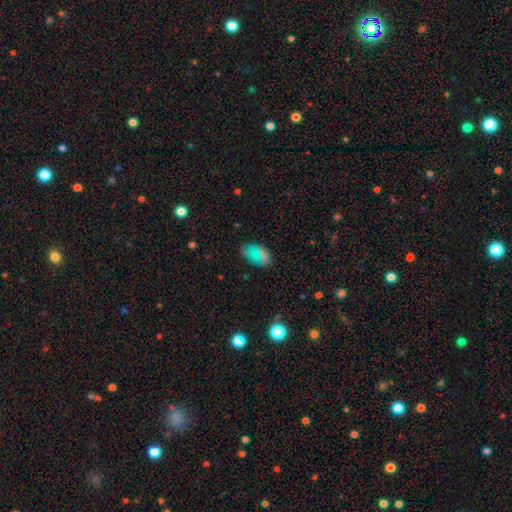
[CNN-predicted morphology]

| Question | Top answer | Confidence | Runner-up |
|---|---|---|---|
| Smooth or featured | smooth | 59% | star or artifact (30%) |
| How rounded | in between | 90% | round (8%) |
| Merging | none | 70% | minor disturbance (20%) |